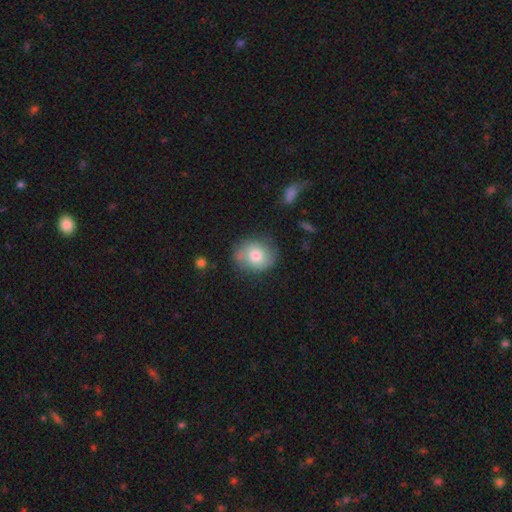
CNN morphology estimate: smooth-or-featured: smooth: 70% | featured or disk: 23% | star or artifact: 8%
  how-rounded: round: 61% | in between: 38% | cigar-shaped: 1%
  merging: none: 70% | minor disturbance: 21% | major disturbance: 6% | merger: 3%